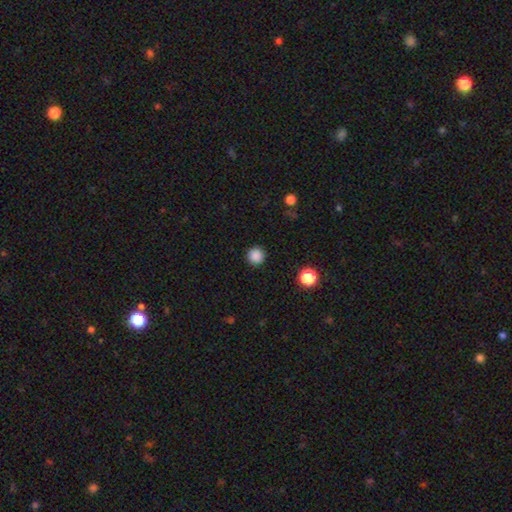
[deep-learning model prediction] Smooth or featured? Predicted: smooth (p=0.86). How rounded? Predicted: round (p=0.96). Merging? Predicted: none (p=0.92).